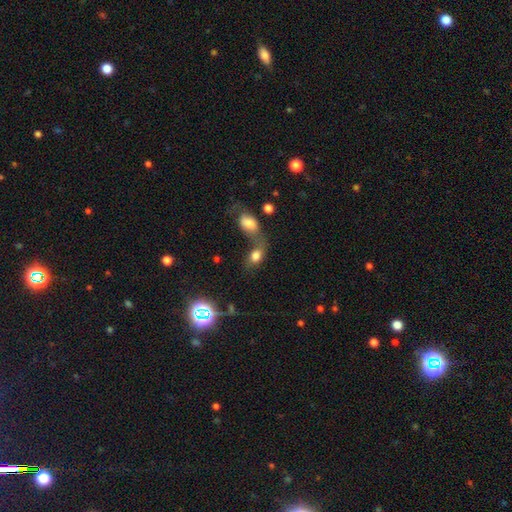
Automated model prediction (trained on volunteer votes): smooth_or_featured: smooth (p=0.74) [alt: star or artifact p=0.13]
how_rounded: in between (p=0.76) [alt: round p=0.22]
merging: merger (p=0.57) [alt: none p=0.24]